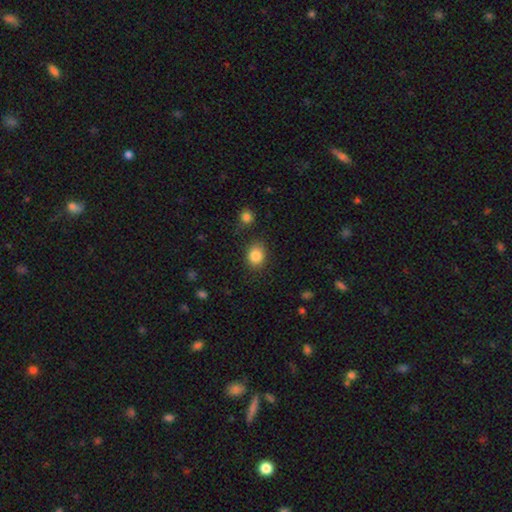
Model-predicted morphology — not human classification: Smooth or featured: smooth — 85% (star or artifact — 9%)
How rounded: round — 58% (in between — 41%)
Merging: none — 82% (minor disturbance — 11%)